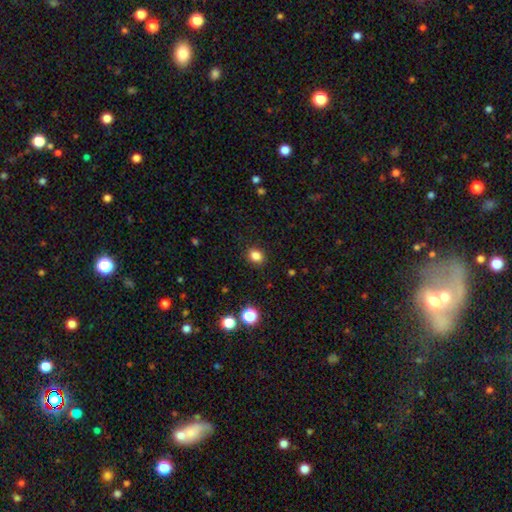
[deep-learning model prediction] Morphology: type=smooth (84%); roundness=round (53%); merging=none (89%).